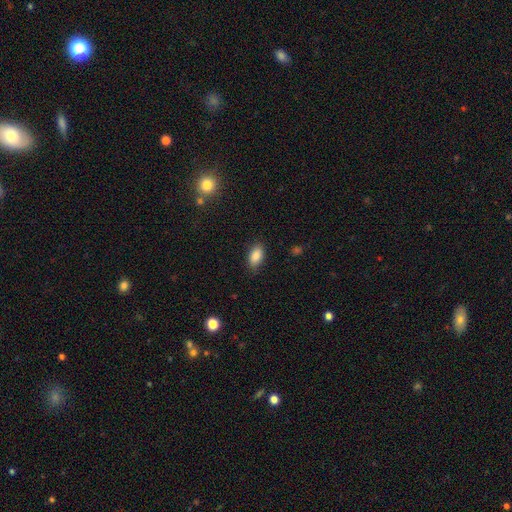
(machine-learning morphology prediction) A smooth galaxy with no disk features (86%) that is in between round and cigar-shaped (90%). Merging: none (83%).